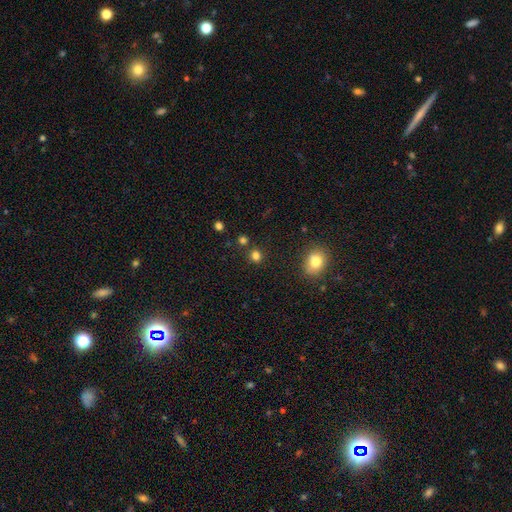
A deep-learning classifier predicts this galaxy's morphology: smooth_or_featured: smooth (p=0.79) [alt: star or artifact p=0.16]
how_rounded: round (p=0.86) [alt: in between p=0.13]
merging: none (p=0.82) [alt: merger p=0.08]